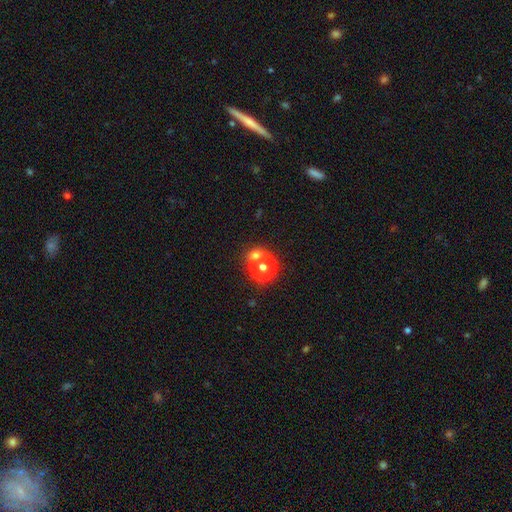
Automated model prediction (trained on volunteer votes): smooth_or_featured: smooth (p=0.63) [alt: star or artifact p=0.28]
how_rounded: round (p=0.80) [alt: in between p=0.18]
merging: none (p=0.56) [alt: merger p=0.32]